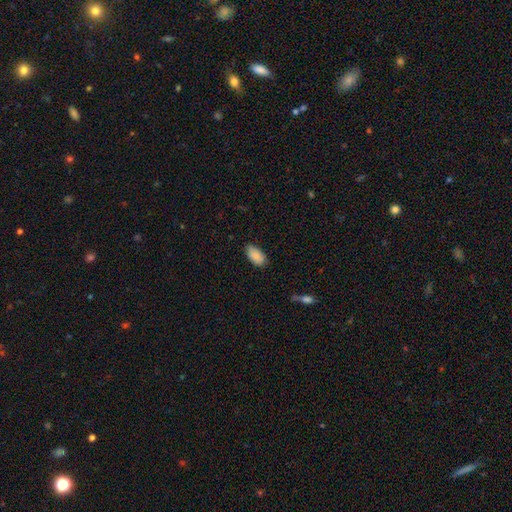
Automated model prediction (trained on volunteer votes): smooth_or_featured: smooth (p=0.88) [alt: star or artifact p=0.07]
how_rounded: in between (p=0.94) [alt: round p=0.03]
merging: none (p=0.77) [alt: minor disturbance p=0.19]